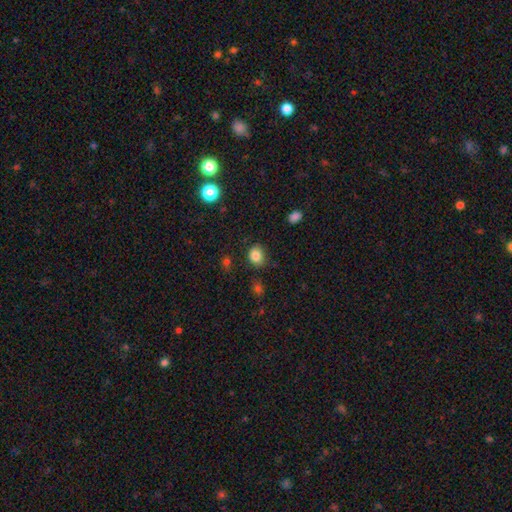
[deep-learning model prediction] smooth-or-featured: smooth: 84% | star or artifact: 10% | featured or disk: 5%
  how-rounded: round: 60% | in between: 39% | cigar-shaped: 1%
  merging: none: 77% | minor disturbance: 16% | major disturbance: 4% | merger: 2%